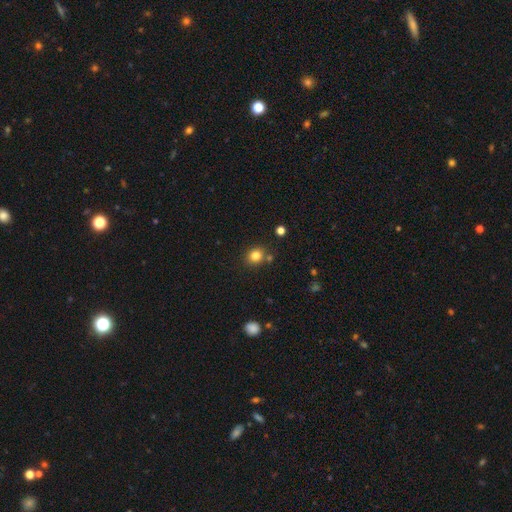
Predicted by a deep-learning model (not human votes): Smooth or featured?
  - smooth: 82% *
  - star or artifact: 12%
  - featured or disk: 6%
How rounded?
  - round: 73% *
  - in between: 26%
  - cigar-shaped: 1%
Merging?
  - none: 78% *
  - minor disturbance: 10%
  - merger: 8%
  - major disturbance: 3%